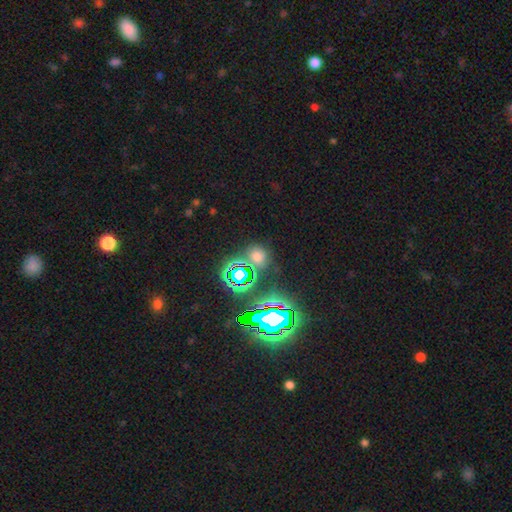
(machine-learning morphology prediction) The model was most divided on "smooth or featured": smooth: 50%, star or artifact: 42%, featured or disk: 8%. More confident: how rounded — round (77%); merging — none (74%).